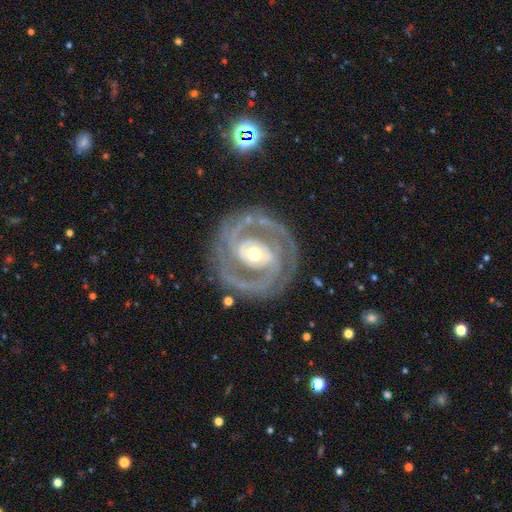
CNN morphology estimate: This is clearly a featured or disk galaxy (90%). It is clearly not viewed edge-on (97%). Bar: marginally no (42%). Spiral arm pattern: clearly yes (96%). Spiral arm count: likely 2 (75%). Spiral winding: likely tight (65%). Central bulge: likely moderate (61%). Merging: clearly none (81%).